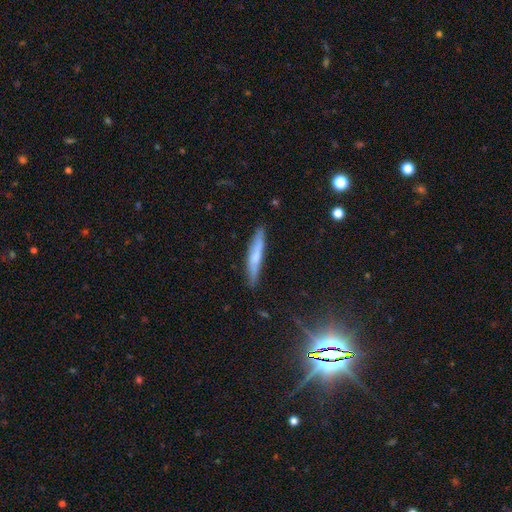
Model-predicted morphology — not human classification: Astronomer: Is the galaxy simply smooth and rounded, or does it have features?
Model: smooth — 60%.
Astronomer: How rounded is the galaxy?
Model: cigar-shaped — 92%.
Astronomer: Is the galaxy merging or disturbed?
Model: none — 85%.